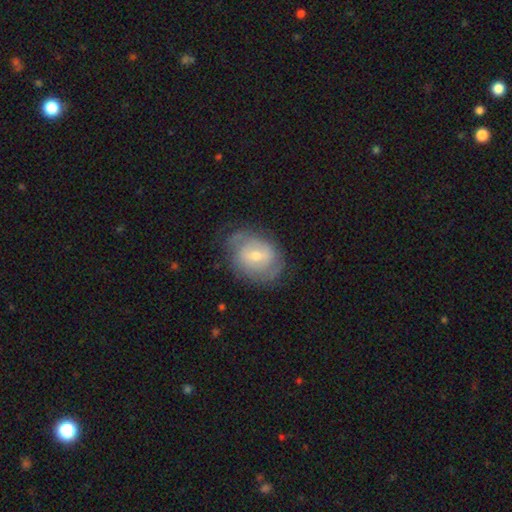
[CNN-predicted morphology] featured or disk 62%, smooth 31%, star or artifact 7%. Down the decision tree: edge-on disk — no (96%); bar — weak (51%); spiral arms — yes (74%); bulge size — moderate (49%); merging — none (65%).